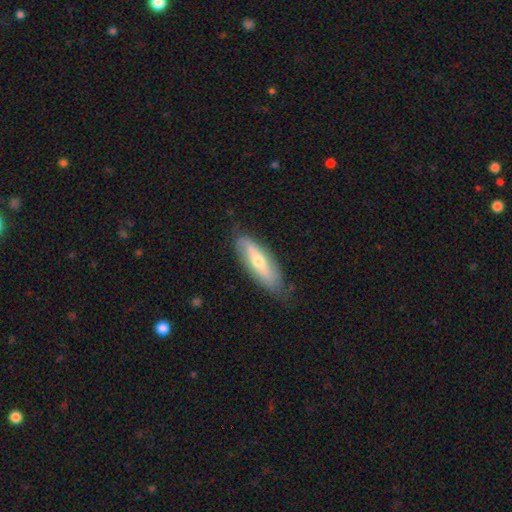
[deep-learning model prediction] A featured or disk galaxy (56%).

Vote fractions:
- Smooth or featured? featured or disk: 56% / smooth: 37% / star or artifact: 7%
- Edge-on disk? no: 63% / yes: 37%
- Merging? none: 78% / minor disturbance: 17% / major disturbance: 3% / merger: 1%